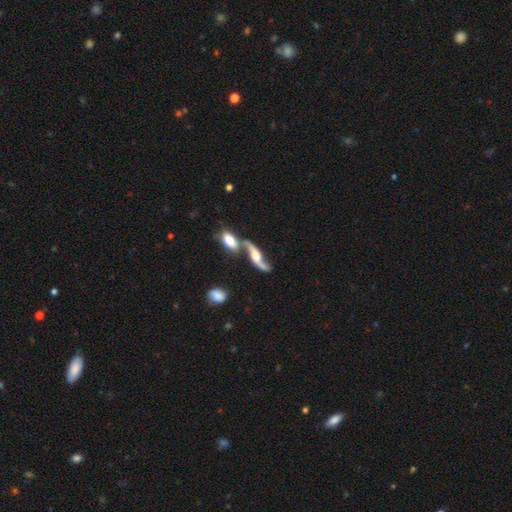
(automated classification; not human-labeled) smooth-or-featured: featured or disk: 79% | smooth: 14% | star or artifact: 7%
  disk-edge-on: no: 73% | yes: 27%
    bar: no: 52% | weak: 31% | strong: 17%
    has-spiral-arms: yes: 92% | no: 8%
      spiral-winding: loose: 85% | medium: 11% | tight: 4%
      spiral-arm-count: 2: 92% | can't tell: 3% | 1: 2% | 3: 1% | 4: 1% | more than 4: 1%
    bulge-size: moderate: 35% | large: 30% | small: 18% | none: 13% | dominant: 5%
  merging: merger: 44% | none: 36% | minor disturbance: 12% | major disturbance: 8%